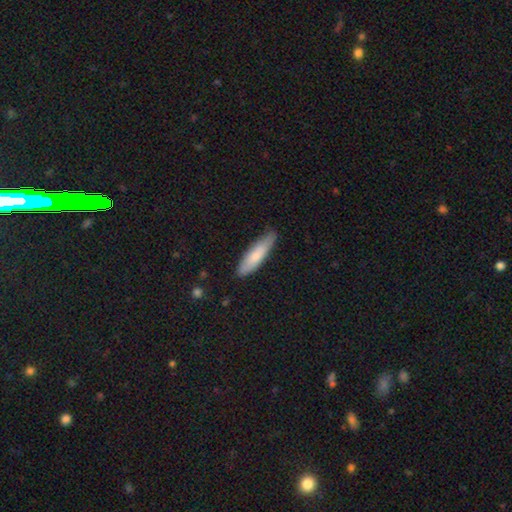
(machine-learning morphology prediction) type=smooth (76%); roundness=cigar-shaped (69%); merging=none (79%).